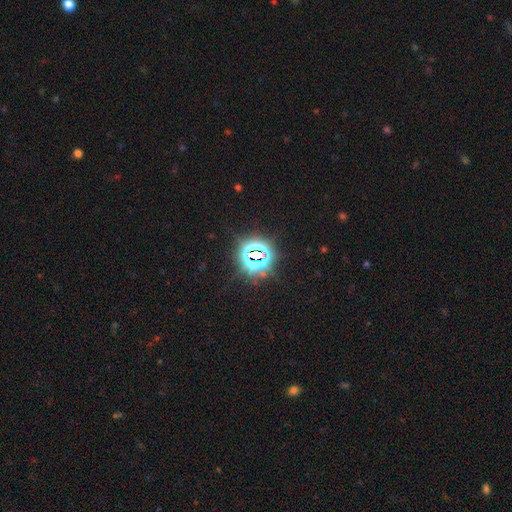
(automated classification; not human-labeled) Morphology: type=star or artifact (79%).